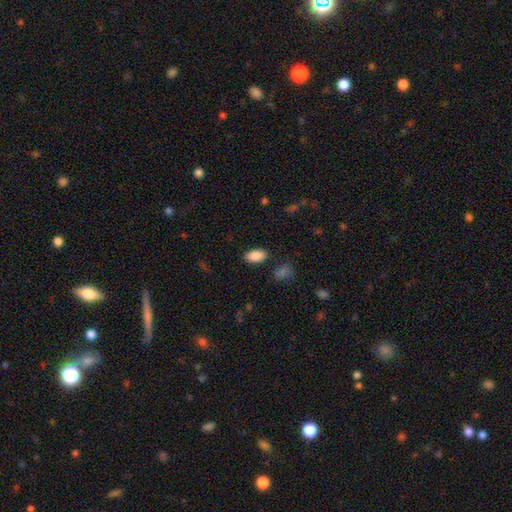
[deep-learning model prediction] Smooth or featured? smooth (88%)
How rounded? in between (94%)
Merging? none (85%)